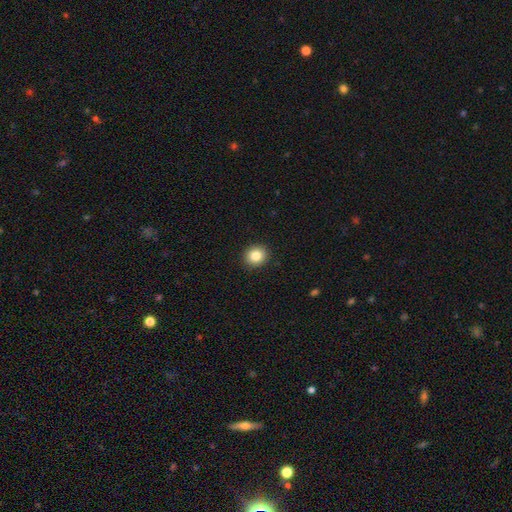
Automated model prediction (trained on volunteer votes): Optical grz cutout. It shows a smooth galaxy with no disk features (84%) that is round (84%). Merging: none (92%).